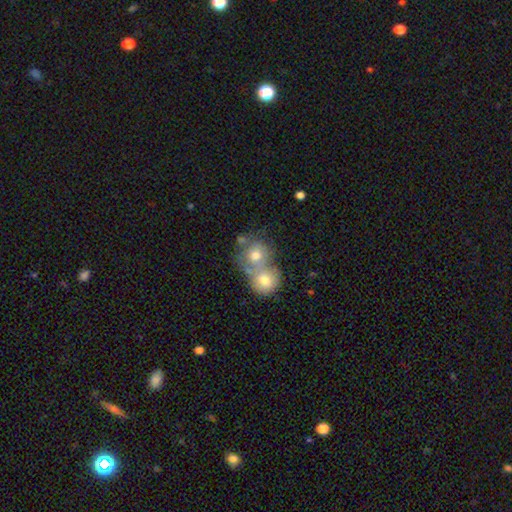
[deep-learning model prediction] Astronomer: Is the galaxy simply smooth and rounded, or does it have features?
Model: smooth — 54%.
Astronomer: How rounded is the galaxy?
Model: round — 65%.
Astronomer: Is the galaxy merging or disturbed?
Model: merger — 64%.